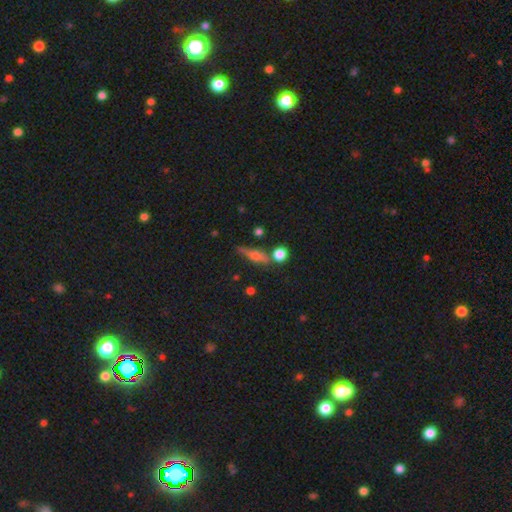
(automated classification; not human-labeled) The model was most divided on "smooth or featured": smooth: 47%, featured or disk: 41%, star or artifact: 12%. More confident: merging — none (71%).